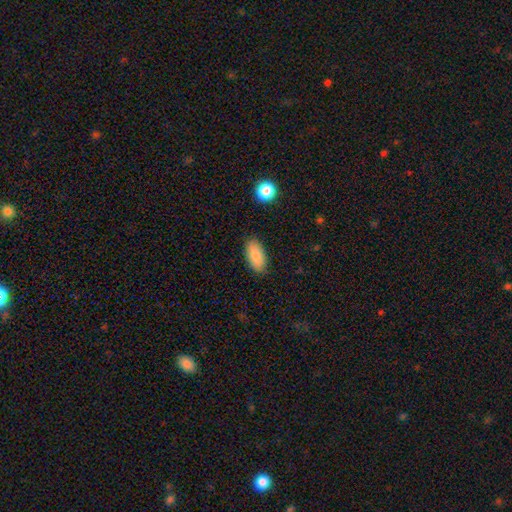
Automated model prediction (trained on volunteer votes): This appears to be a smooth galaxy with no disk features (87%) that is in between round and cigar-shaped (91%). Merging: none (87%).